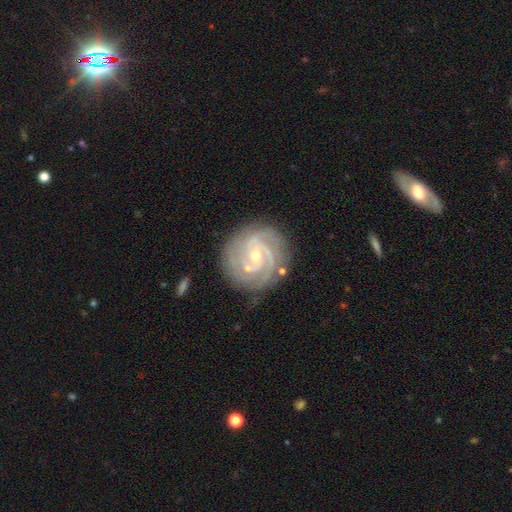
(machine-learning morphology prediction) Smooth or featured: featured or disk — 90% (star or artifact — 5%)
Edge-on disk: no — 98% (yes — 2%)
Bar: no — 43% (weak — 41%)
Spiral arms: yes — 98% (no — 2%)
Spiral winding: tight — 72% (medium — 25%)
Spiral arm count: 3 — 37% (2 — 30%)
Bulge size: small — 55% (moderate — 42%)
Merging: none — 78% (minor disturbance — 14%)